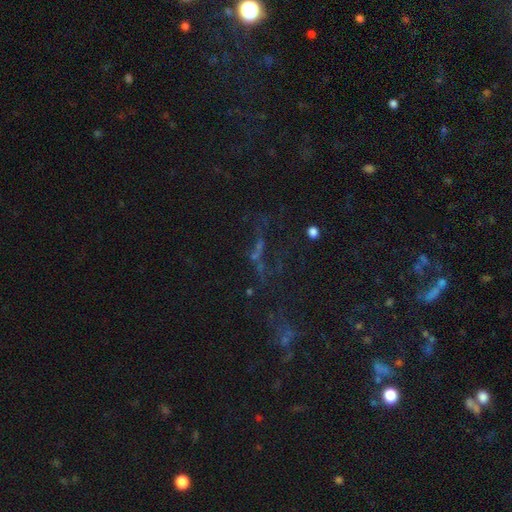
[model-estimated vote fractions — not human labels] This appears to be a star or artifact, not a galaxy (54%).